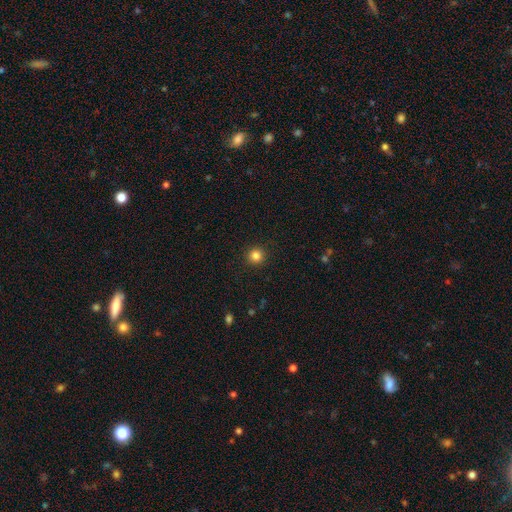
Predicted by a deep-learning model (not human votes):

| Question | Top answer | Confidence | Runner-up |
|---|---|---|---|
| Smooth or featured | smooth | 84% | star or artifact (12%) |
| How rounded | round | 95% | in between (4%) |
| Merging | none | 92% | minor disturbance (5%) |